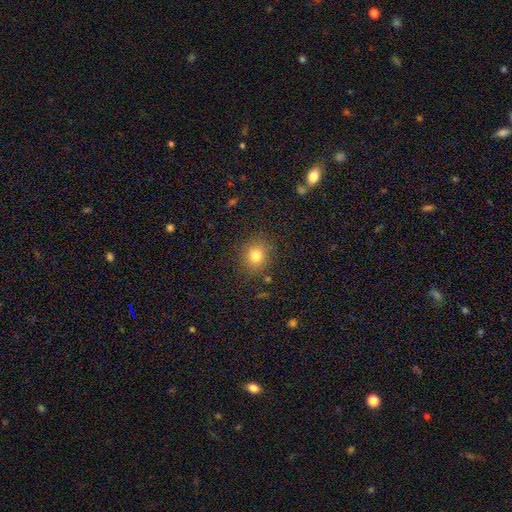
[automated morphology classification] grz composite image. It shows a smooth galaxy with no disk features (78%) that is round (77%). Merging: none (85%).